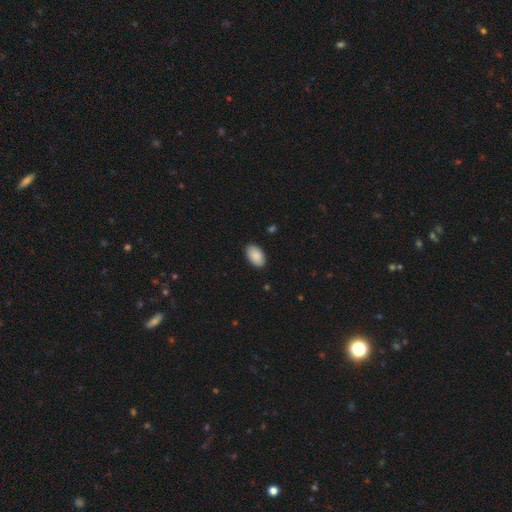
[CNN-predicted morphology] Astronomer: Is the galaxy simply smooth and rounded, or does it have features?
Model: smooth — 89%.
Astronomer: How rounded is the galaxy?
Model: in between — 94%.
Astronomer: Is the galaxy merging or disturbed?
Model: none — 89%.